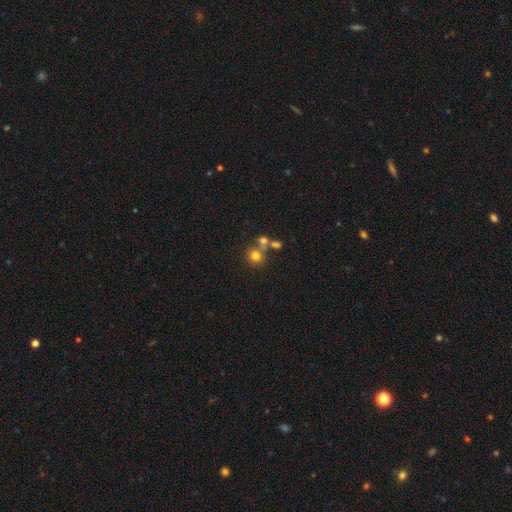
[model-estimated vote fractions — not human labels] Smooth or featured? Predicted: smooth (p=0.71). How rounded? Predicted: round (p=0.88). Merging? Predicted: none (p=0.55).